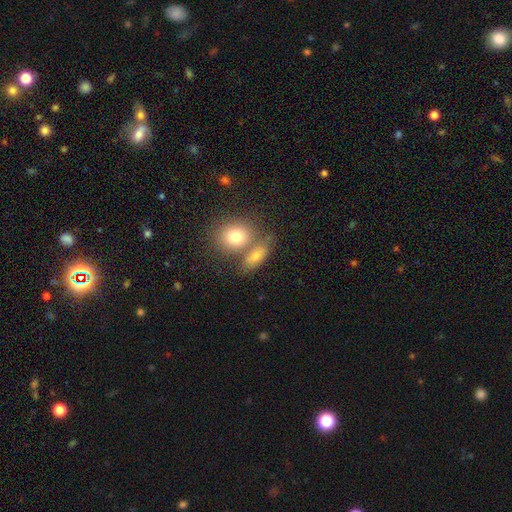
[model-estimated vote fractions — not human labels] This appears to be a smooth galaxy with no disk features (76%) that is in between round and cigar-shaped (69%). Merging: none (50%).